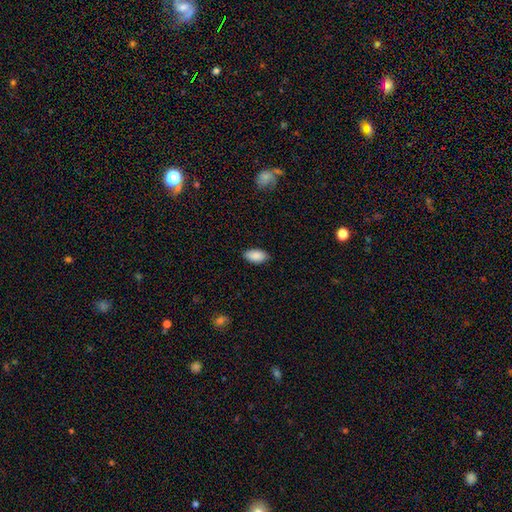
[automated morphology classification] smooth_or_featured: smooth (p=0.88) [alt: star or artifact p=0.07]
how_rounded: in between (p=0.94) [alt: round p=0.03]
merging: none (p=0.86) [alt: minor disturbance p=0.11]